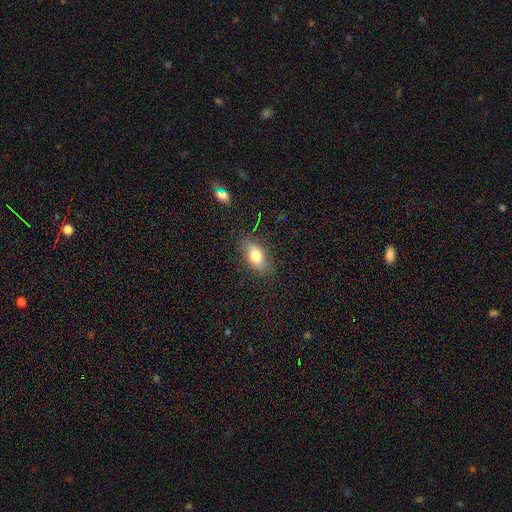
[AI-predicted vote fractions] Overall: smooth (72%). How rounded: in between (81%). Merging: none (78%).